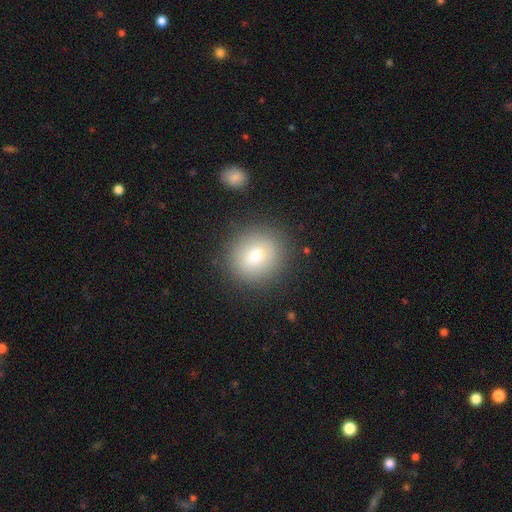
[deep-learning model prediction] smooth_or_featured: smooth (p=0.74) [alt: featured or disk p=0.15]
how_rounded: round (p=0.81) [alt: in between p=0.17]
merging: none (p=0.84) [alt: minor disturbance p=0.09]